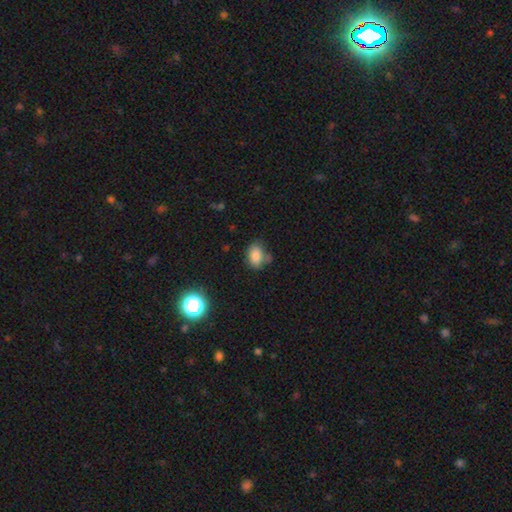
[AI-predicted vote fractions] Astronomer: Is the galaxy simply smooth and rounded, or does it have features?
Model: smooth — 82%.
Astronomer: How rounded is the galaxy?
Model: in between — 78%.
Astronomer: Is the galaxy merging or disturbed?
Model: none — 60%.